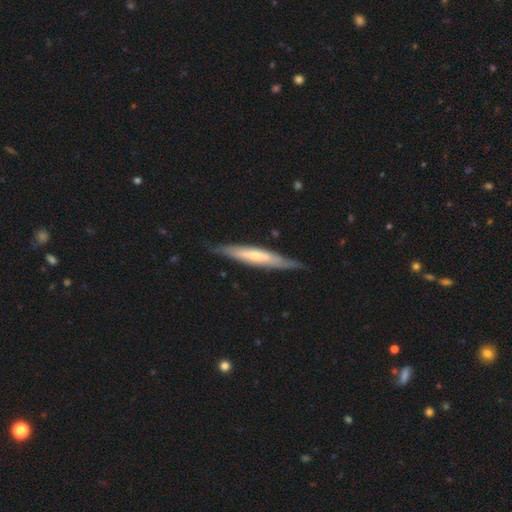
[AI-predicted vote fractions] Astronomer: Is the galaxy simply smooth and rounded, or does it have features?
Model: featured or disk — 57% (runner-up: smooth, 38%).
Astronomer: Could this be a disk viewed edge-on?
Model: yes — 80%.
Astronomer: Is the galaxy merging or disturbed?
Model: none — 79%.